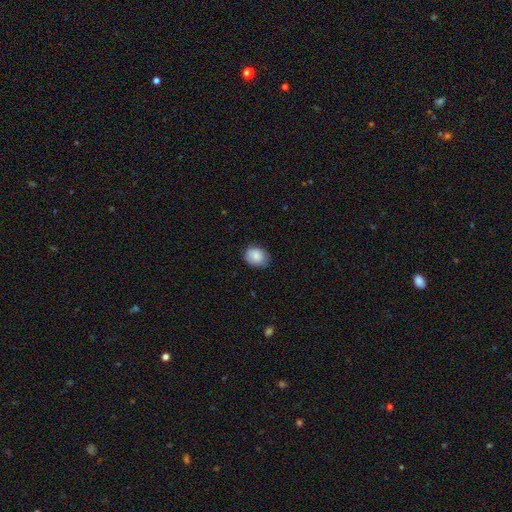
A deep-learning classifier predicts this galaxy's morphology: Smooth or featured? Predicted: smooth (p=0.87). How rounded? Predicted: in between (p=0.59). Merging? Predicted: none (p=0.79).